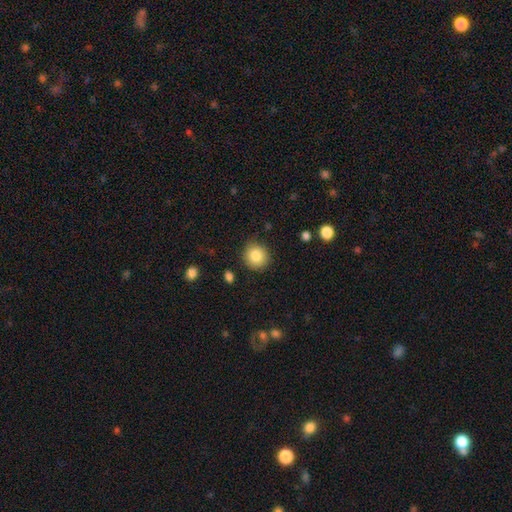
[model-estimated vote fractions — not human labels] A smooth galaxy with no disk features (84%) that is round (91%). Merging: none (88%).